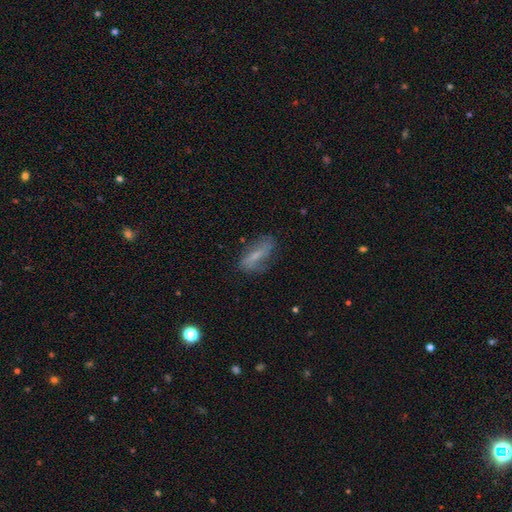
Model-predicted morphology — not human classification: Q: Smooth or featured?
A: smooth (49%); runner-up: featured or disk (41%)
Q: Merging?
A: none (66%); runner-up: minor disturbance (23%)